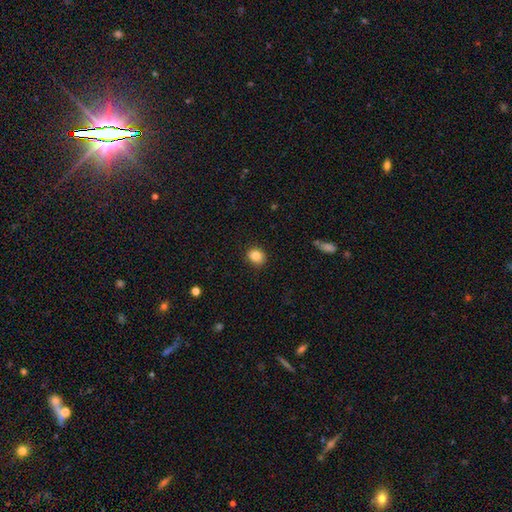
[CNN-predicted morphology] smooth_or_featured: smooth (p=0.87) [alt: star or artifact p=0.09]
how_rounded: round (p=0.66) [alt: in between p=0.33]
merging: none (p=0.83) [alt: minor disturbance p=0.13]